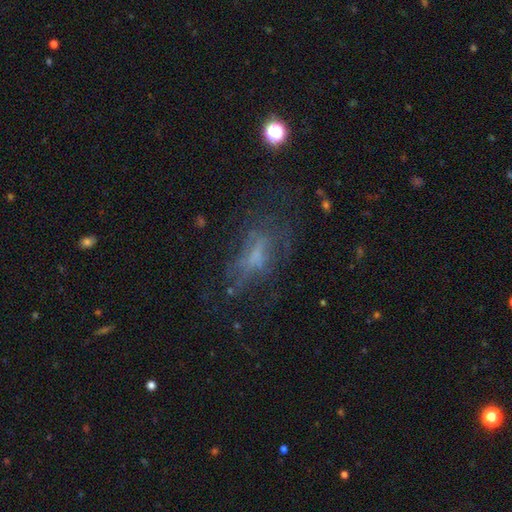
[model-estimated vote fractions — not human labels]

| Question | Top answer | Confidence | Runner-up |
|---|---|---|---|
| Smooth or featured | featured or disk | 47% | smooth (32%) |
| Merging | none | 47% | major disturbance (30%) |